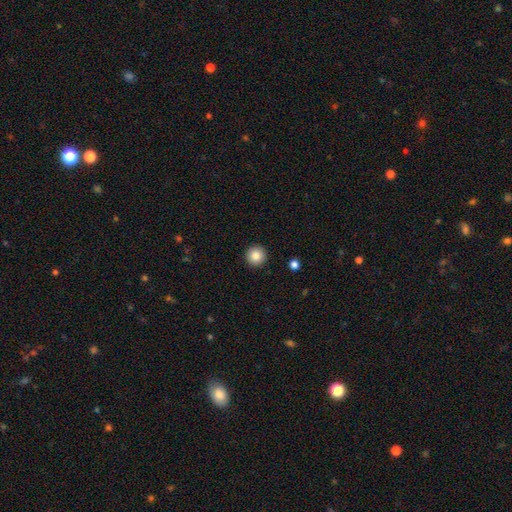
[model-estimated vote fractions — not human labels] This appears to be a smooth galaxy with no disk features (85%) that is round (96%). Merging: none (93%).